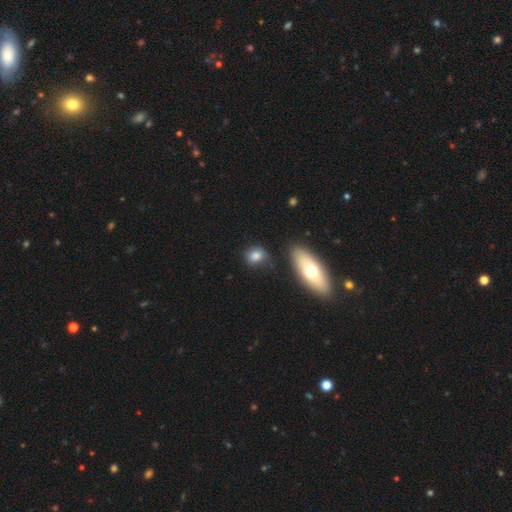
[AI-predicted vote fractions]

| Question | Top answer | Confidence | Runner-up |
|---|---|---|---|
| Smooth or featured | smooth | 80% | star or artifact (10%) |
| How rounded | round | 52% | in between (45%) |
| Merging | none | 70% | minor disturbance (18%) |